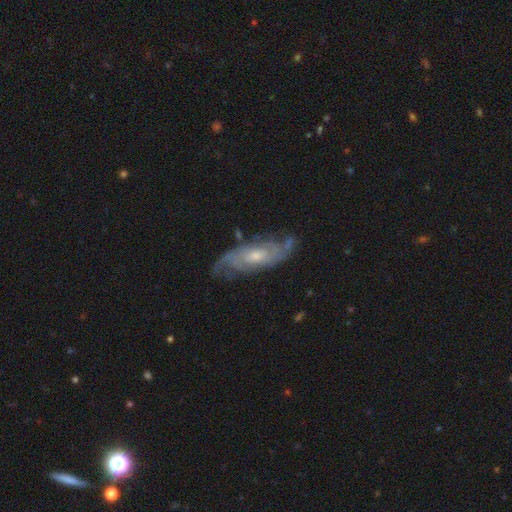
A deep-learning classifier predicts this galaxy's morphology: smooth_or_featured: featured or disk (p=0.82) [alt: smooth p=0.12]
disk_edge_on: no (p=0.86) [alt: yes p=0.14]
bar: no (p=0.64) [alt: weak p=0.30]
has_spiral_arms: yes (p=0.93) [alt: no p=0.07]
spiral_winding: tight (p=0.47) [alt: medium p=0.39]
spiral_arm_count: 2 (p=0.41) [alt: can't tell p=0.34]
bulge_size: moderate (p=0.49) [alt: small p=0.45]
merging: none (p=0.74) [alt: minor disturbance p=0.18]